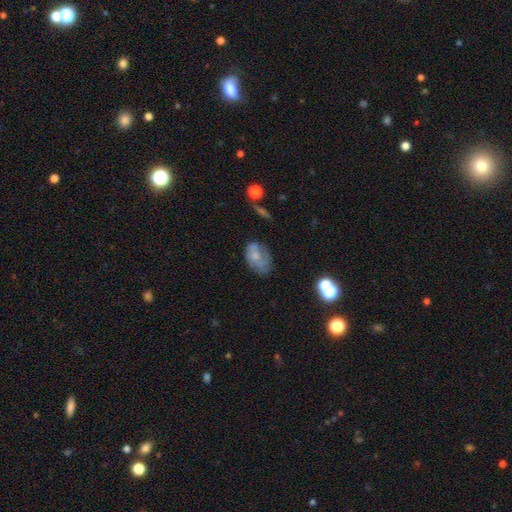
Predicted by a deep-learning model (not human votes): A smooth galaxy with no disk features (50%) that is in between round and cigar-shaped (85%).

Vote fractions:
- Smooth or featured? smooth: 50% / featured or disk: 40% / star or artifact: 10%
- How rounded? in between: 85% / round: 13% / cigar-shaped: 2%
- Merging? none: 50% / minor disturbance: 30% / major disturbance: 16% / merger: 4%